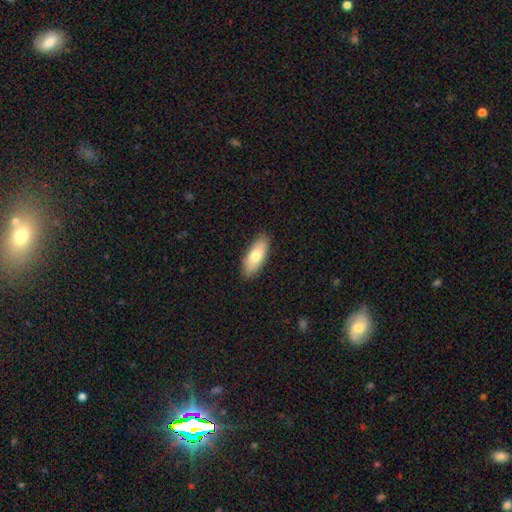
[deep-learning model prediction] smooth 75%, featured or disk 19%, star or artifact 6%. Down the decision tree: how rounded — in between (81%); merging — none (87%).